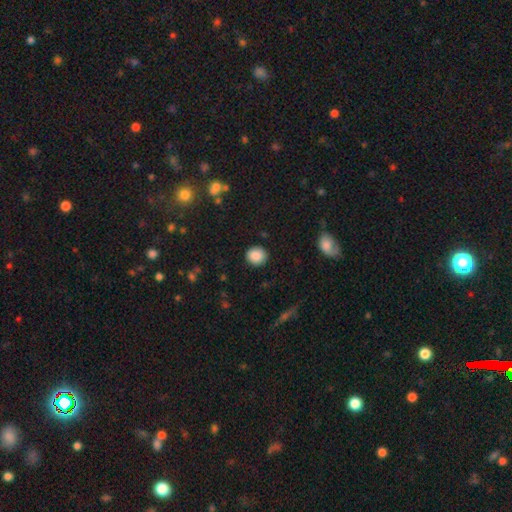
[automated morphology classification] Q: Smooth or featured?
A: smooth (87%); runner-up: star or artifact (8%)
Q: How rounded?
A: round (85%); runner-up: in between (14%)
Q: Merging?
A: none (90%); runner-up: minor disturbance (6%)